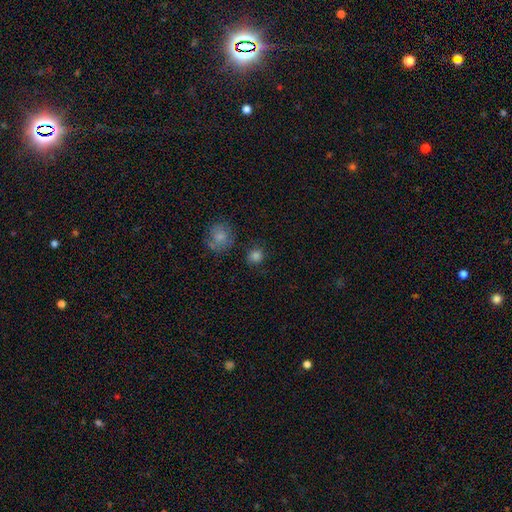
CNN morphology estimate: A smooth galaxy with no disk features (81%) that is round (85%).

Vote fractions:
- Smooth or featured? smooth: 81% / star or artifact: 13% / featured or disk: 6%
- How rounded? round: 85% / in between: 14% / cigar-shaped: 1%
- Merging? none: 79% / minor disturbance: 13% / major disturbance: 4% / merger: 3%